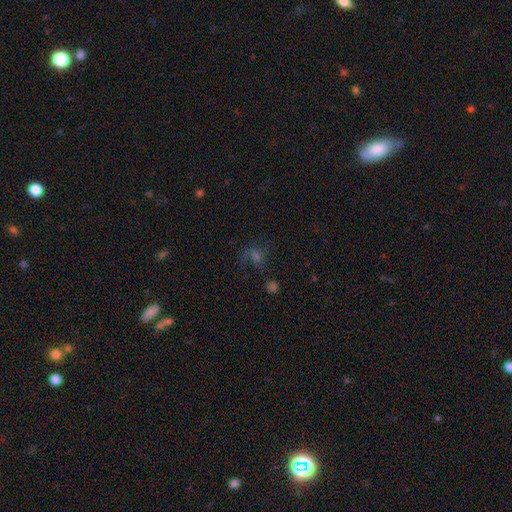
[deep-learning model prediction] Smooth or featured? Predicted: star or artifact (p=0.34, tied with smooth).